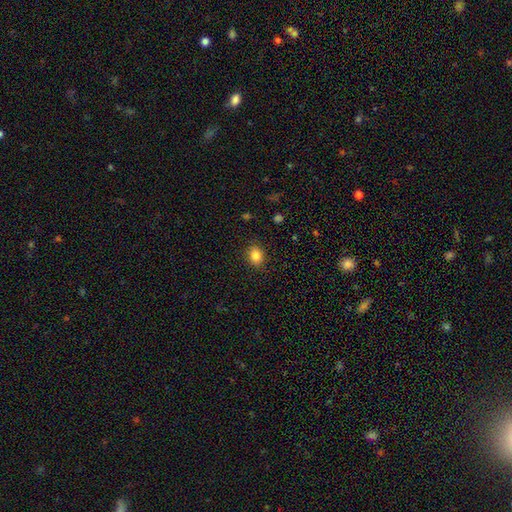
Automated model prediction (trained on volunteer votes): Smooth or featured? Predicted: smooth (p=0.85). How rounded? Predicted: in between (p=0.56). Merging? Predicted: none (p=0.88).